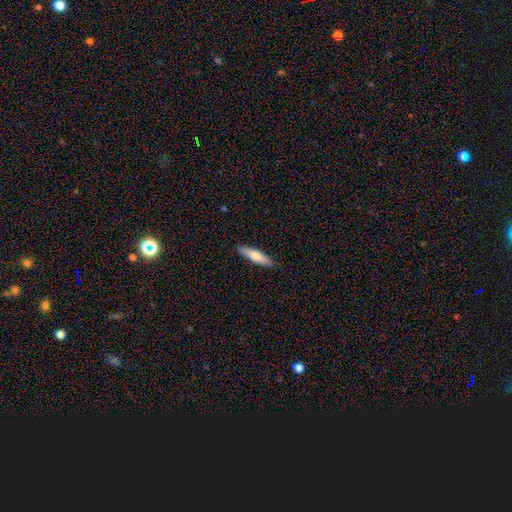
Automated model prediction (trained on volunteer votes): Morphology: type=smooth (68%); roundness=cigar-shaped (79%); merging=none (90%).